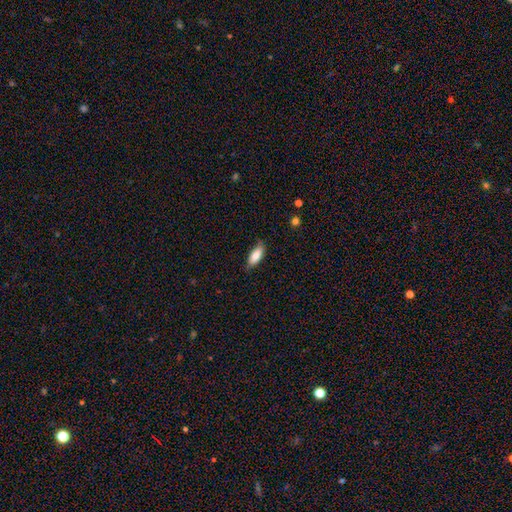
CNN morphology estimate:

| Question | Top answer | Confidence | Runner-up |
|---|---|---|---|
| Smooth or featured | smooth | 82% | featured or disk (12%) |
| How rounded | in between | 77% | cigar-shaped (21%) |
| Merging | none | 78% | minor disturbance (18%) |